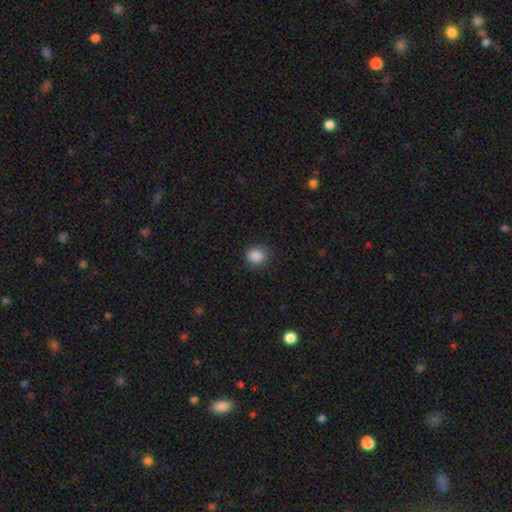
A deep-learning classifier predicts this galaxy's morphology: This is clearly a smooth galaxy (87%). How rounded: likely round (77%). Merging: clearly none (83%).